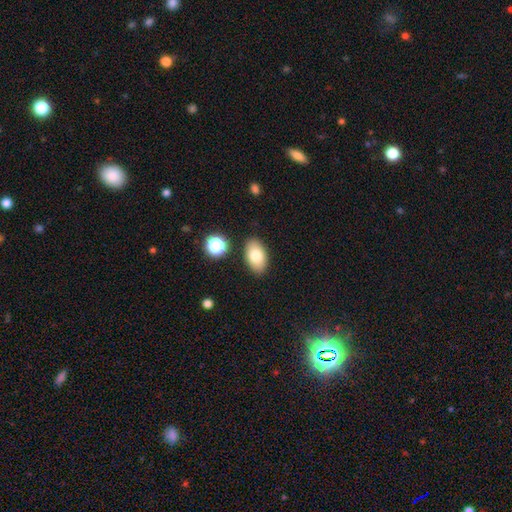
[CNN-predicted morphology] Overall: smooth (79%). How rounded: in between (92%). Merging: none (86%).